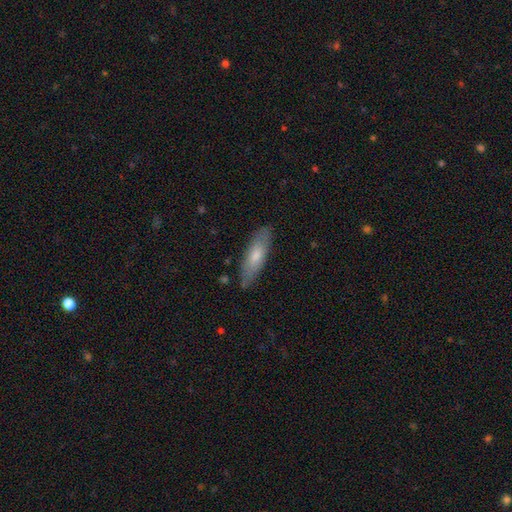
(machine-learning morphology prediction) smooth_or_featured: smooth (p=0.65) [alt: featured or disk p=0.29]
how_rounded: cigar-shaped (p=0.60) [alt: in between p=0.38]
merging: none (p=0.83) [alt: minor disturbance p=0.13]